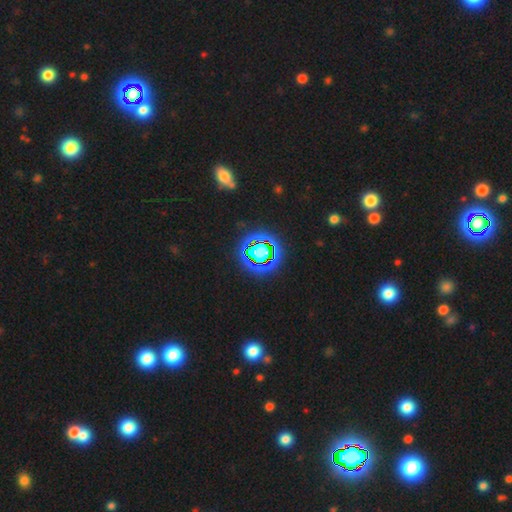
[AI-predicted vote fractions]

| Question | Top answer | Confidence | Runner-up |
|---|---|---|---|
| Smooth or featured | star or artifact | 75% | smooth (15%) |